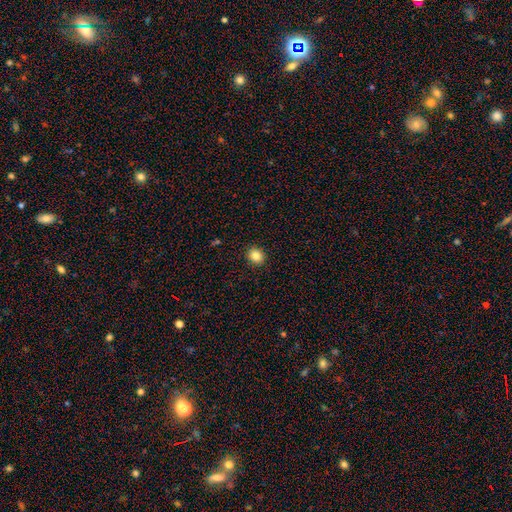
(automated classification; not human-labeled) smooth_or_featured: smooth (p=0.85) [alt: star or artifact p=0.10]
how_rounded: round (p=0.68) [alt: in between p=0.31]
merging: none (p=0.91) [alt: minor disturbance p=0.06]